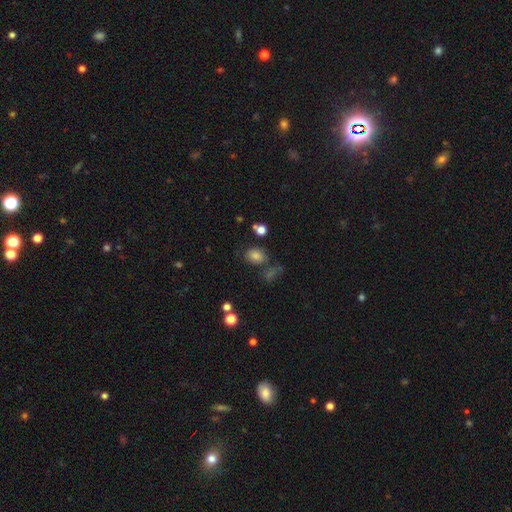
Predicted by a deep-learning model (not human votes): smooth-or-featured: smooth: 76% | star or artifact: 16% | featured or disk: 8%
  how-rounded: in between: 51% | round: 47% | cigar-shaped: 1%
  merging: none: 70% | minor disturbance: 14% | merger: 11% | major disturbance: 5%